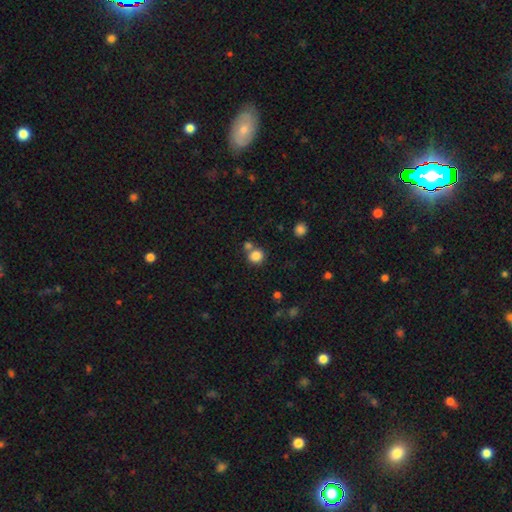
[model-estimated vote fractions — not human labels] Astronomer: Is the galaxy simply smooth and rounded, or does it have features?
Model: smooth — 83%.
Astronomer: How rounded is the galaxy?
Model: round — 84%.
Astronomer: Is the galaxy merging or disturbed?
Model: none — 61%.